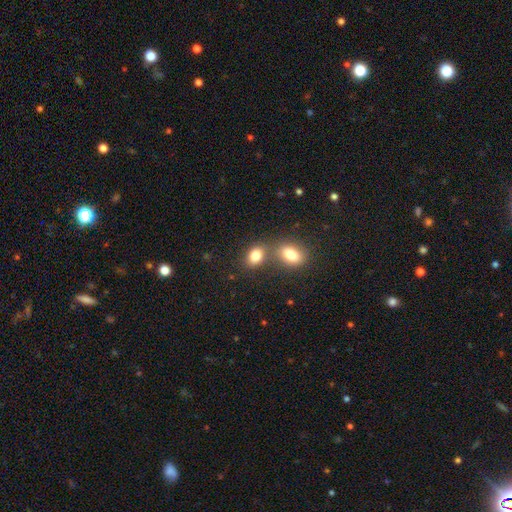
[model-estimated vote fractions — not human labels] This is clearly a smooth galaxy (82%). How rounded: likely in between (72%). Merging: possibly none (47%).